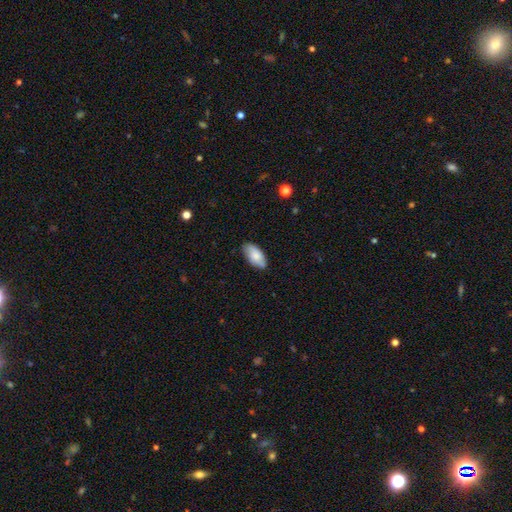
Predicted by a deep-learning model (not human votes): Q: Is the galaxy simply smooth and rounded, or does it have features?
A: smooth — 75%.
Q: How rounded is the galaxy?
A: in between — 93%.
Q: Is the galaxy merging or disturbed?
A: none — 80%.